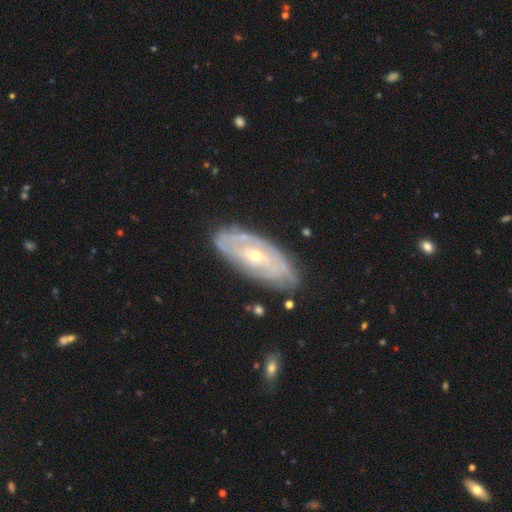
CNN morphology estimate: Q: Smooth or featured?
A: featured or disk (77%); runner-up: smooth (17%)
Q: Edge-on disk?
A: no (87%); runner-up: yes (13%)
Q: Bar?
A: no (68%); runner-up: weak (24%)
Q: Spiral arms?
A: yes (76%); runner-up: no (24%)
Q: Spiral winding?
A: tight (74%); runner-up: medium (19%)
Q: Spiral arm count?
A: can't tell (61%); runner-up: 2 (18%)
Q: Bulge size?
A: small (68%); runner-up: moderate (29%)
Q: Merging?
A: none (80%); runner-up: minor disturbance (15%)